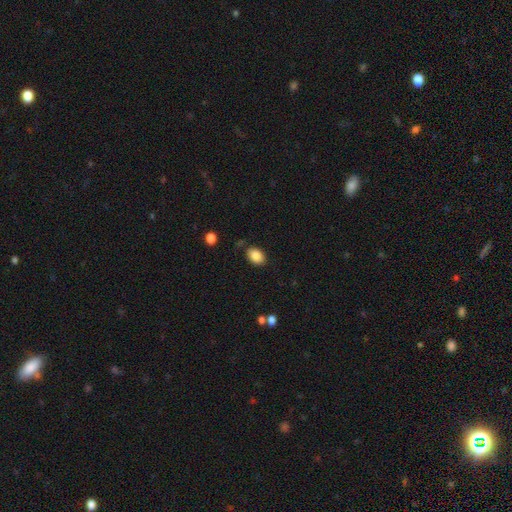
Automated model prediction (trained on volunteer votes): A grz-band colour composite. It shows a smooth galaxy with no disk features (86%) that is in between round and cigar-shaped (80%). Merging: none (80%).